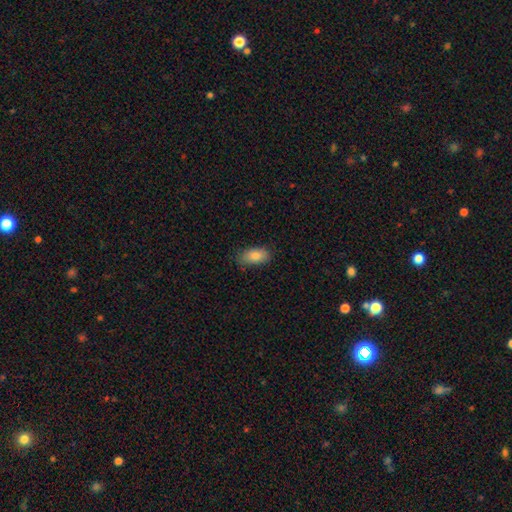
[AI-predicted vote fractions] The model was most divided on "merging": none: 77%, minor disturbance: 18%, major disturbance: 3%, merger: 1%. More confident: how rounded — in between (91%); smooth or featured — smooth (84%).